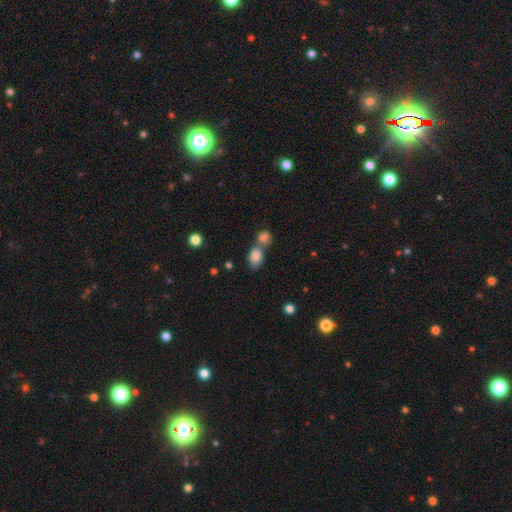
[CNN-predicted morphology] type=smooth (83%); roundness=in between (77%); merging=merger (51%).